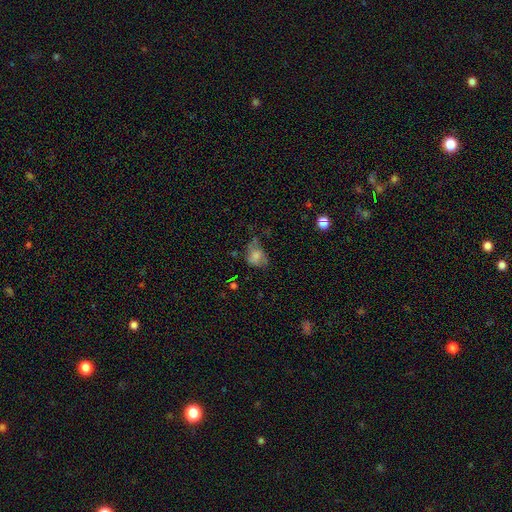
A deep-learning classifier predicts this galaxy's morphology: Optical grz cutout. It shows a smooth galaxy with no disk features (64%) that is in between round and cigar-shaped (55%). Merging: none (38%).